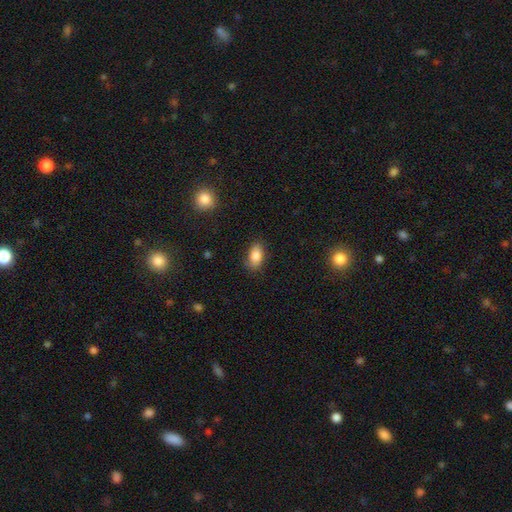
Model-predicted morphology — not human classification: Smooth or featured: smooth — 84% (star or artifact — 9%)
How rounded: in between — 90% (round — 6%)
Merging: none — 81% (minor disturbance — 15%)